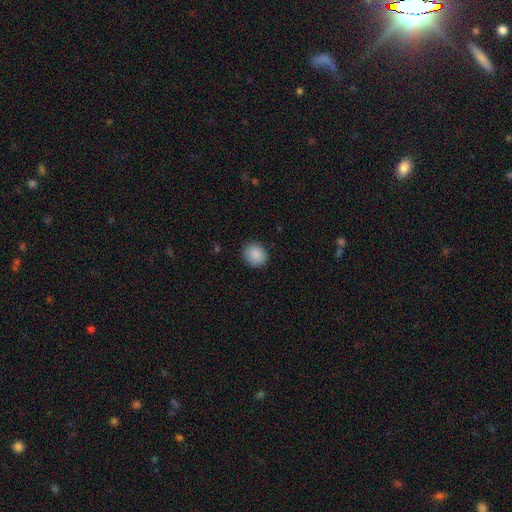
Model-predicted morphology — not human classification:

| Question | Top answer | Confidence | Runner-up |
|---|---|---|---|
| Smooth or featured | smooth | 89% | star or artifact (8%) |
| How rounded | round | 75% | in between (24%) |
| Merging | none | 88% | minor disturbance (9%) |